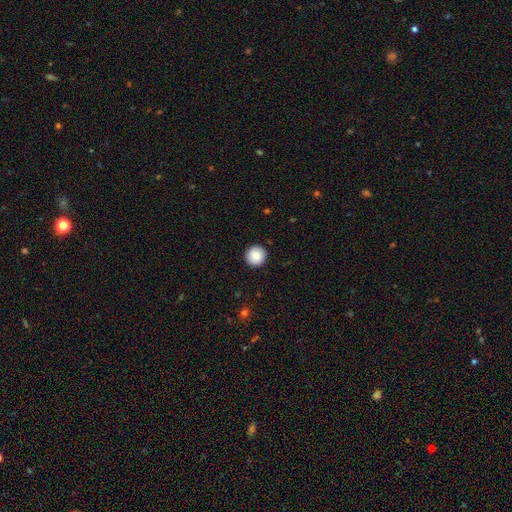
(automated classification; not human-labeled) Smooth or featured? smooth (87%)
How rounded? round (96%)
Merging? none (92%)